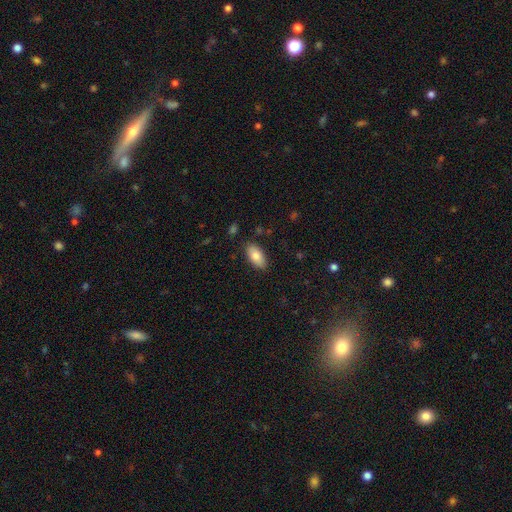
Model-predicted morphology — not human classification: A smooth galaxy with no disk features (82%) that is in between round and cigar-shaped (92%). Merging: none (86%).